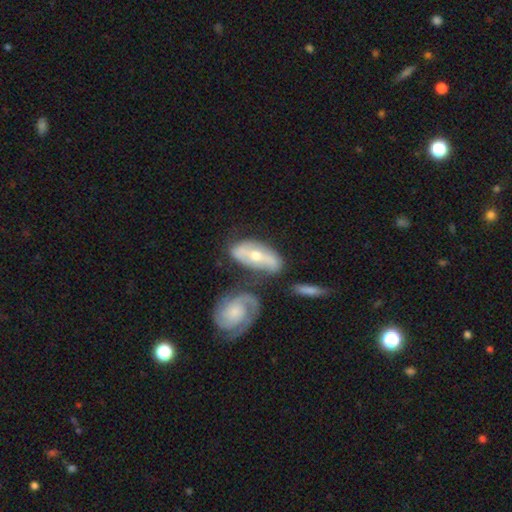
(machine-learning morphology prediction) featured or disk 67%, smooth 27%, star or artifact 6%. Down the decision tree: edge-on disk — no (86%); bar — no (53%); spiral arms — yes (81%); bulge size — moderate (62%); merging — none (50%).